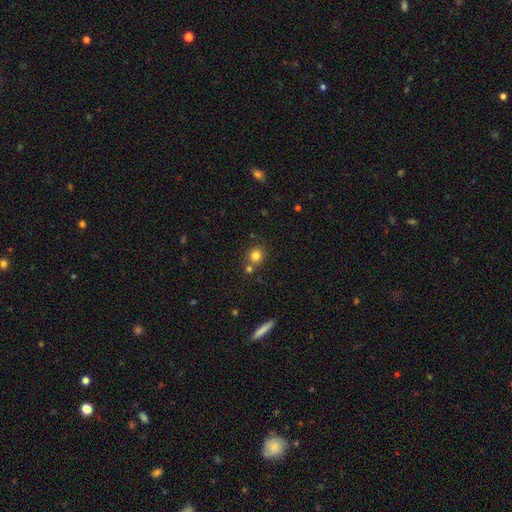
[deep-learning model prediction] Smooth or featured? smooth (80%)
How rounded? round (85%)
Merging? none (66%)